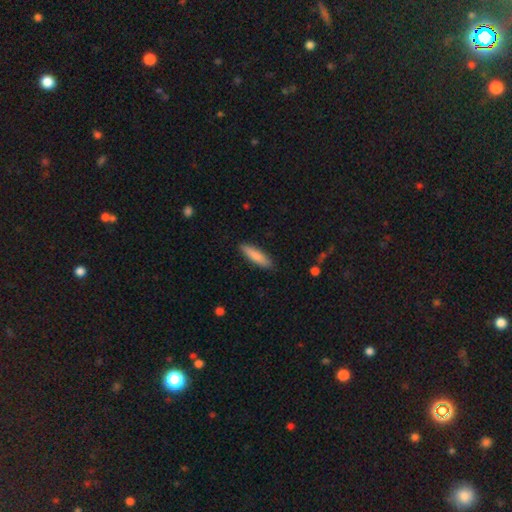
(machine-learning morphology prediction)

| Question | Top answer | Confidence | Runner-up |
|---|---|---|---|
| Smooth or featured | smooth | 83% | featured or disk (12%) |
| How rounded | cigar-shaped | 76% | in between (23%) |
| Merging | none | 89% | minor disturbance (9%) |